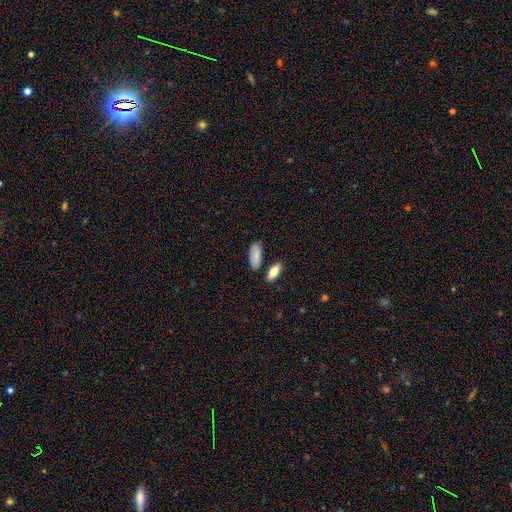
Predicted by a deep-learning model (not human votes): Smooth or featured? Predicted: smooth (p=0.83). How rounded? Predicted: in between (p=0.81). Merging? Predicted: none (p=0.75).